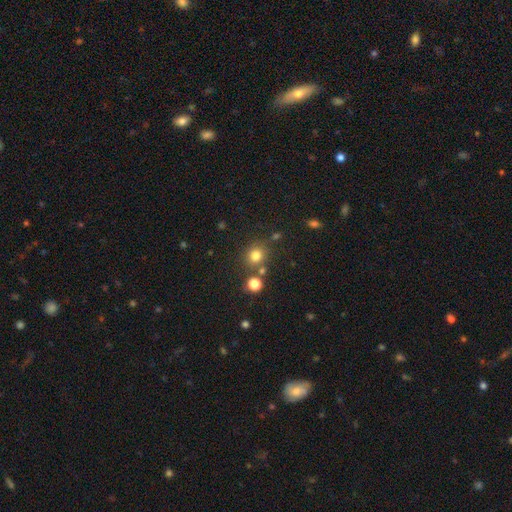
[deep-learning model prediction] Overall: smooth (77%). How rounded: round (87%). Merging: none (73%).